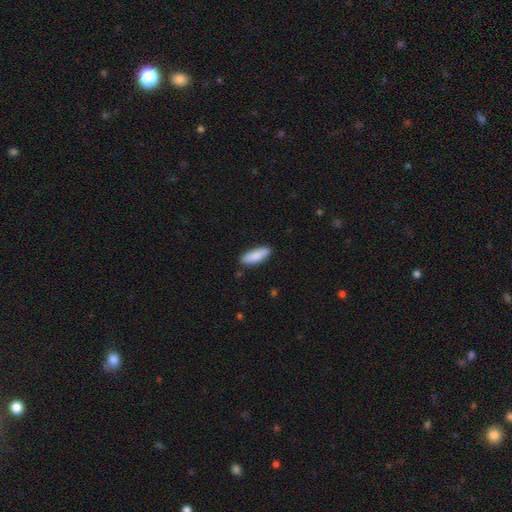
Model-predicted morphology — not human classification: smooth-or-featured: smooth: 88% | featured or disk: 6% | star or artifact: 6%
  how-rounded: in between: 59% | cigar-shaped: 40% | round: 2%
  merging: none: 87% | minor disturbance: 10% | major disturbance: 2% | merger: 1%